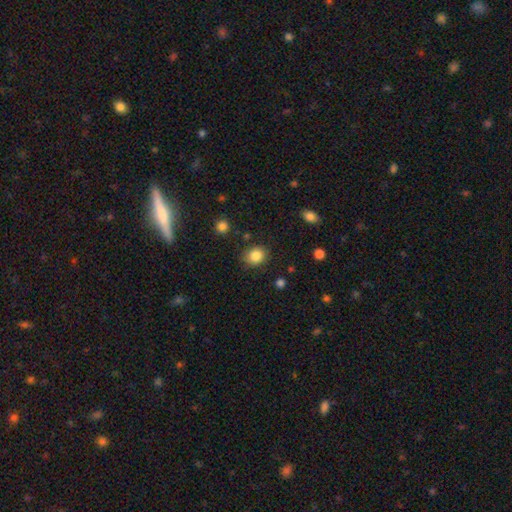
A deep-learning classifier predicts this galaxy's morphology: Q: Smooth or featured?
A: smooth (85%); runner-up: star or artifact (10%)
Q: How rounded?
A: round (71%); runner-up: in between (28%)
Q: Merging?
A: none (83%); runner-up: minor disturbance (11%)